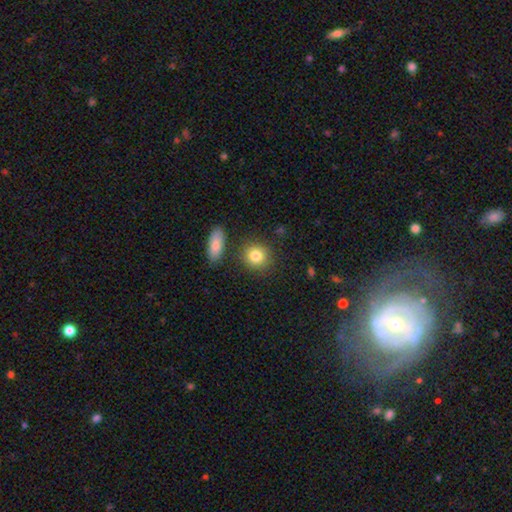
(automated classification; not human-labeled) Smooth or featured? Predicted: smooth (p=0.84). How rounded? Predicted: round (p=0.81). Merging? Predicted: none (p=0.81).